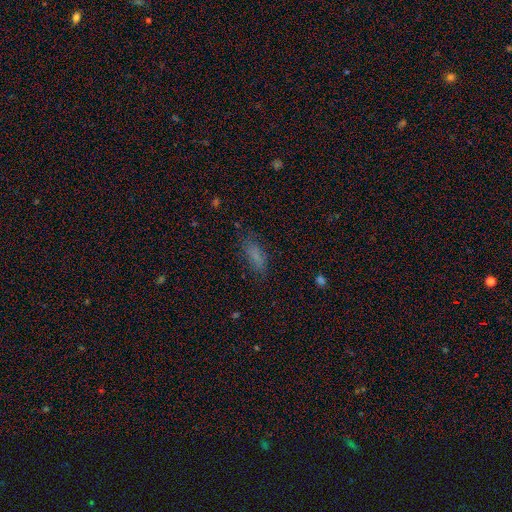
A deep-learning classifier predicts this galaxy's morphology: smooth-or-featured: smooth: 78% | star or artifact: 12% | featured or disk: 10%
  how-rounded: in between: 69% | cigar-shaped: 28% | round: 3%
  merging: none: 74% | minor disturbance: 18% | major disturbance: 6% | merger: 2%